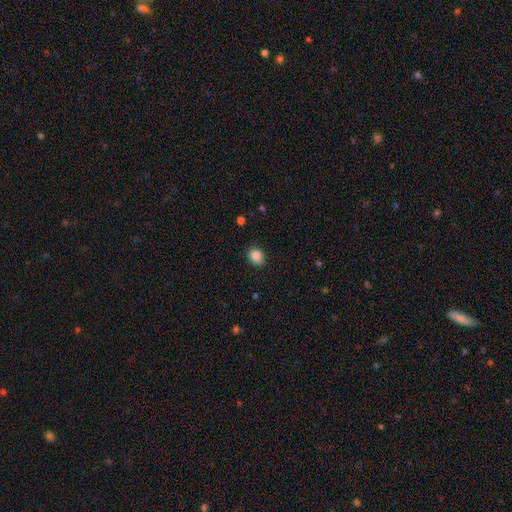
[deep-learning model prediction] smooth 87%, star or artifact 9%, featured or disk 4%. Down the decision tree: how rounded — in between (52%); merging — none (87%).